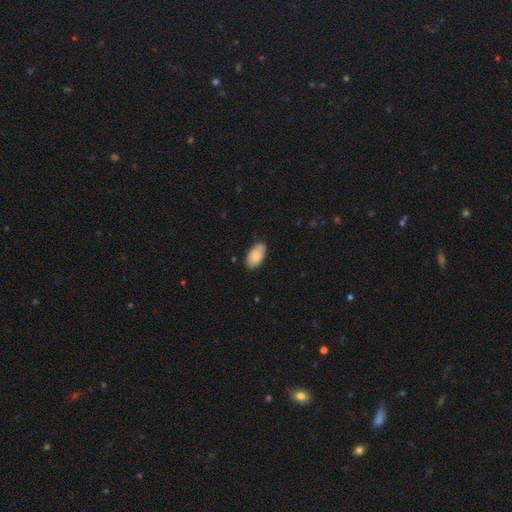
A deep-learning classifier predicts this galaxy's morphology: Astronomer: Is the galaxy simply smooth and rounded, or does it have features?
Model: smooth — 81%.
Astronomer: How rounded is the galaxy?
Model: in between — 95%.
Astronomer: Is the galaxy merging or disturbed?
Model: none — 78%.